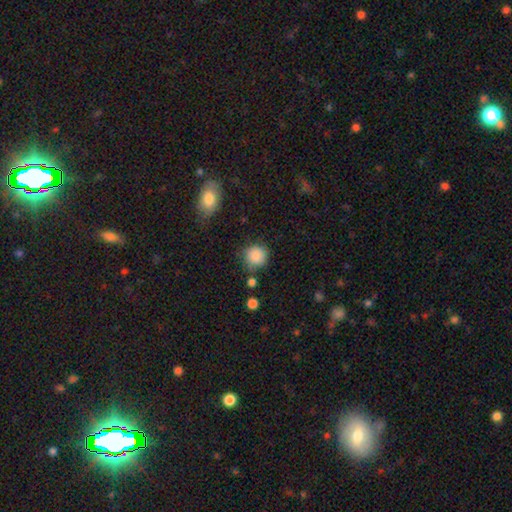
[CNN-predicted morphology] The model was most divided on "merging": none: 74%, minor disturbance: 16%, merger: 5%, major disturbance: 5%. More confident: how rounded — round (90%); smooth or featured — smooth (85%).